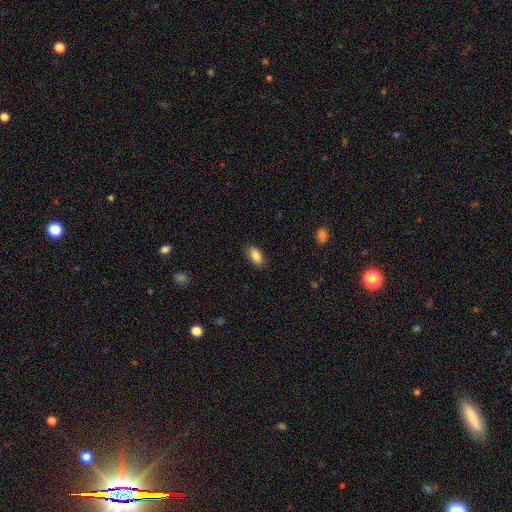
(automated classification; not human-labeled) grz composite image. It shows a smooth galaxy with no disk features (86%) that is in between round and cigar-shaped (91%). Merging: none (87%).